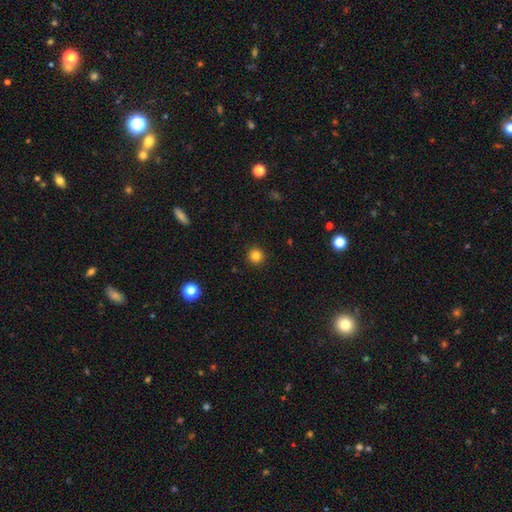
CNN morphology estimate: Smooth or featured: smooth — 83% (star or artifact — 12%)
How rounded: round — 94% (in between — 5%)
Merging: none — 92% (minor disturbance — 5%)